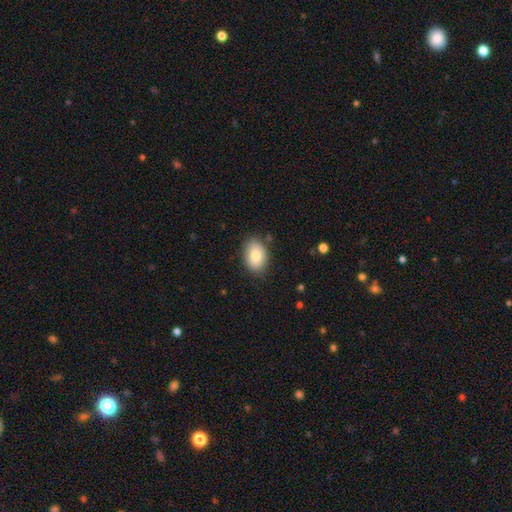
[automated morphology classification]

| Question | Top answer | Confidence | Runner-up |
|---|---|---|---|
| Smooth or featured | smooth | 82% | featured or disk (11%) |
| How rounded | in between | 86% | round (13%) |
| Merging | none | 83% | minor disturbance (13%) |